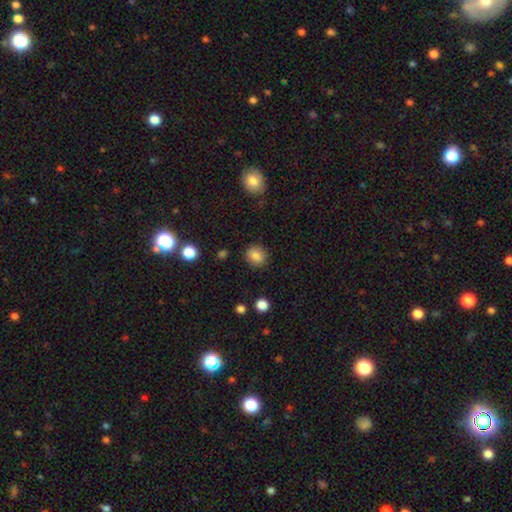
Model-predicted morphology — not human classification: Smooth or featured?
  - smooth: 85% *
  - star or artifact: 10%
  - featured or disk: 6%
How rounded?
  - round: 75% *
  - in between: 24%
  - cigar-shaped: 1%
Merging?
  - none: 87% *
  - minor disturbance: 8%
  - major disturbance: 3%
  - merger: 2%